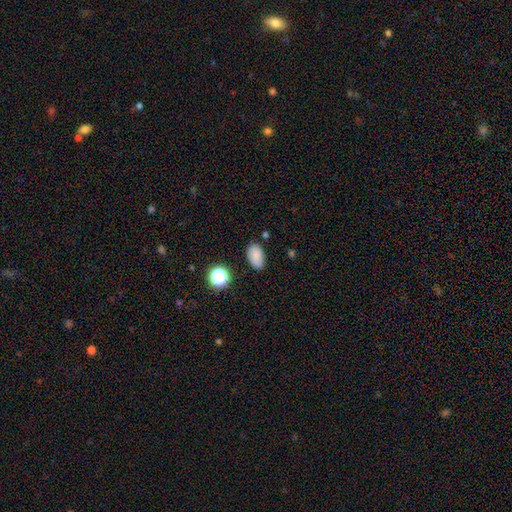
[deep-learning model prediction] smooth 84%, star or artifact 11%, featured or disk 5%. Down the decision tree: how rounded — in between (90%); merging — none (79%).